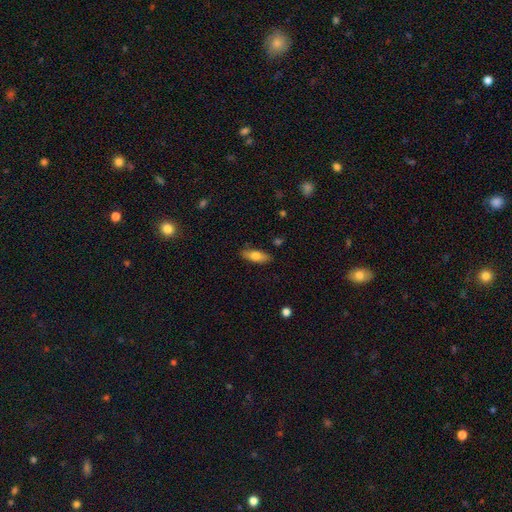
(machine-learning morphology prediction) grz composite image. It shows a smooth galaxy with no disk features (71%) that is in between round and cigar-shaped (69%). Merging: none (85%).